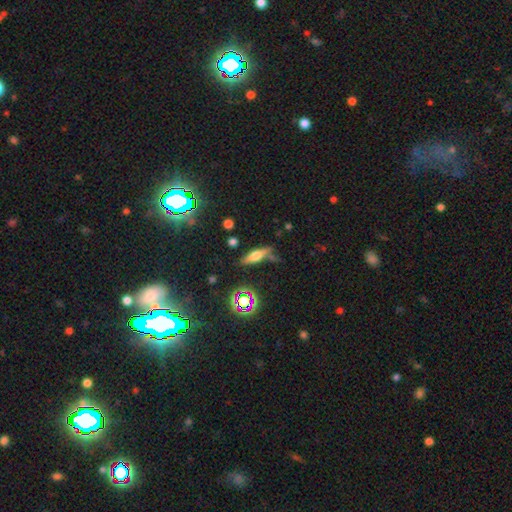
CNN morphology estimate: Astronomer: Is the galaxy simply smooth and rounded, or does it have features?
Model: smooth — 44% (runner-up: featured or disk, 40%).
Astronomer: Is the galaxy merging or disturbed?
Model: none — 64%.